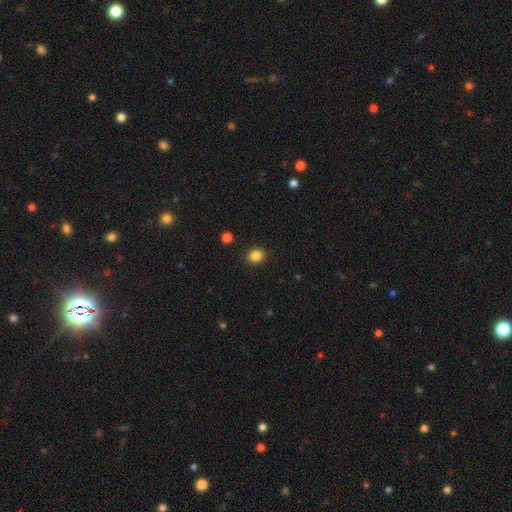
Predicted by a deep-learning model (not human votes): This is clearly a smooth galaxy (85%). How rounded: likely round (75%). Merging: clearly none (91%).